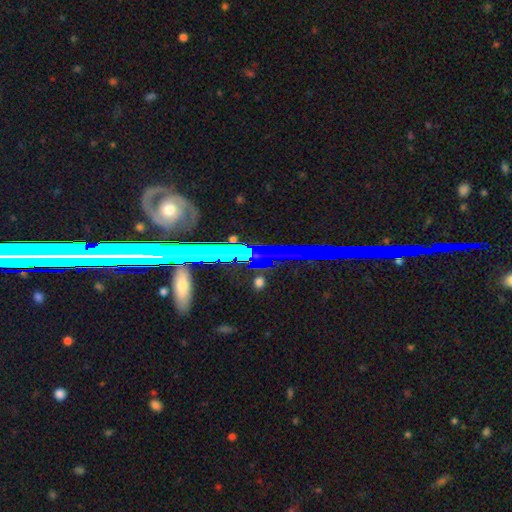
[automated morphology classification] smooth_or_featured: featured or disk (p=0.43) [alt: star or artifact p=0.41]
merging: none (p=0.84) [alt: minor disturbance p=0.09]